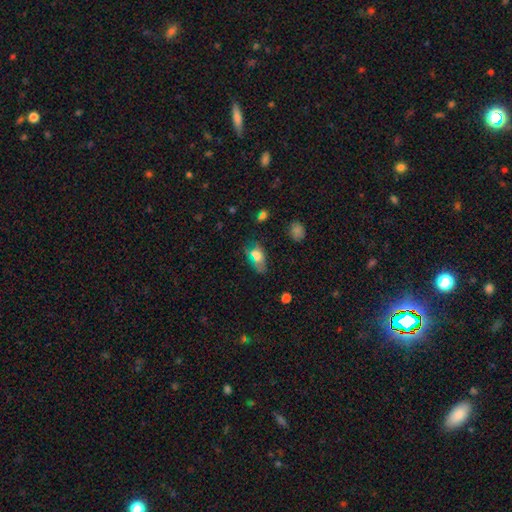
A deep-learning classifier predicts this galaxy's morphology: A smooth galaxy with no disk features (69%) that is in between round and cigar-shaped (85%). Merging: none (54%).